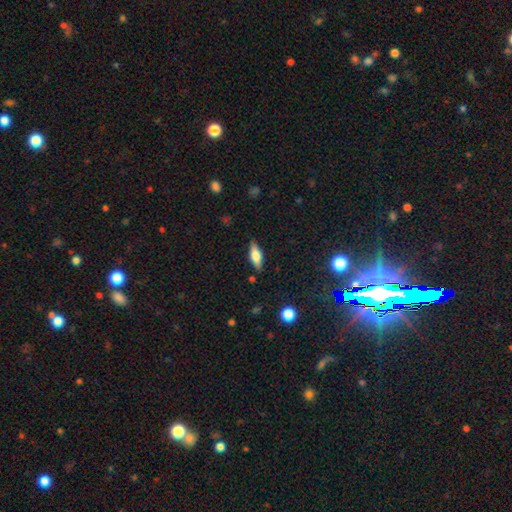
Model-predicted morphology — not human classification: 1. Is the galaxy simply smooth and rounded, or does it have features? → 54% smooth, 39% featured or disk, 7% star or artifact.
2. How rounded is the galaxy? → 60% in between, 37% cigar-shaped, 3% round.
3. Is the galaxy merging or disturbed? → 85% none, 11% minor disturbance, 2% major disturbance, 1% merger.